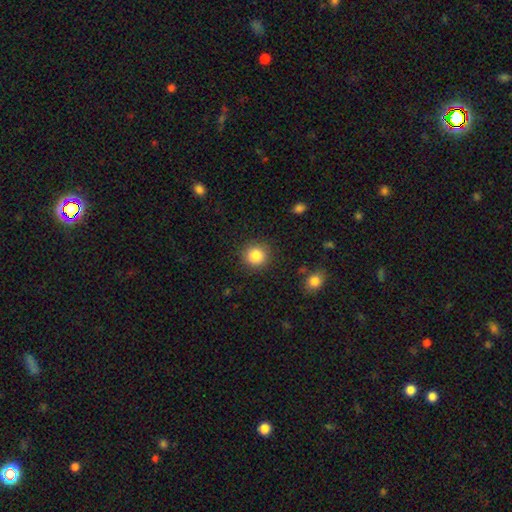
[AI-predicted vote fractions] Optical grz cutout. It shows a smooth galaxy with no disk features (85%) that is round (92%). Merging: none (89%).